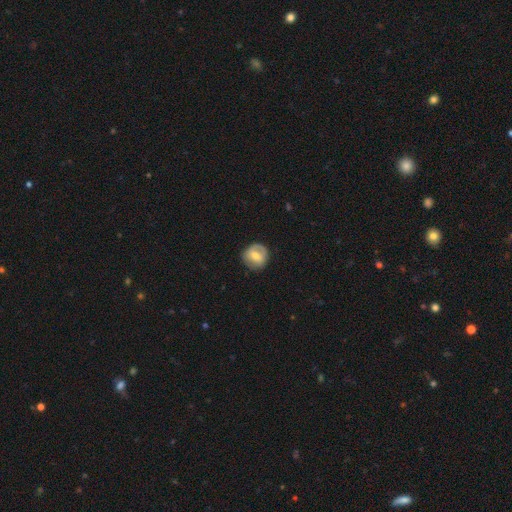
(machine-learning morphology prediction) smooth 58%, featured or disk 35%, star or artifact 7%. Down the decision tree: how rounded — round (87%); merging — none (79%).